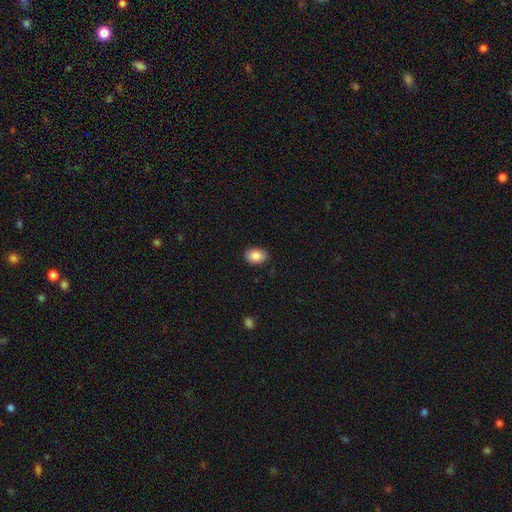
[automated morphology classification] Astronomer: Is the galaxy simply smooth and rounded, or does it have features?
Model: smooth — 86%.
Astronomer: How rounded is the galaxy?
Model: in between — 80%.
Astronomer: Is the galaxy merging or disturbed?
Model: none — 87%.